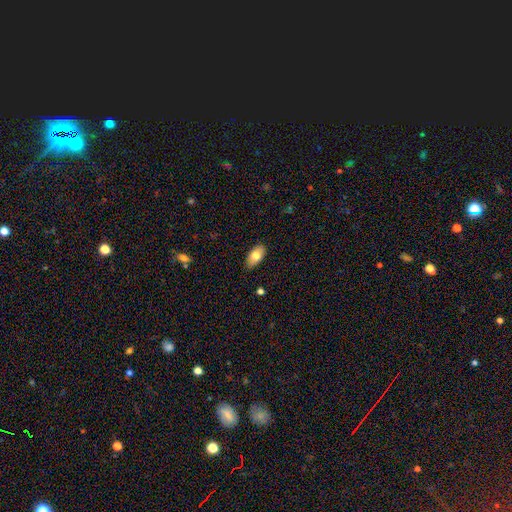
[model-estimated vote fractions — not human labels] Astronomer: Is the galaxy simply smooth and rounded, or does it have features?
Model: smooth — 77%.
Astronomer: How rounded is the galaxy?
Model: in between — 92%.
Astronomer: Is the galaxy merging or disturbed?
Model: none — 86%.